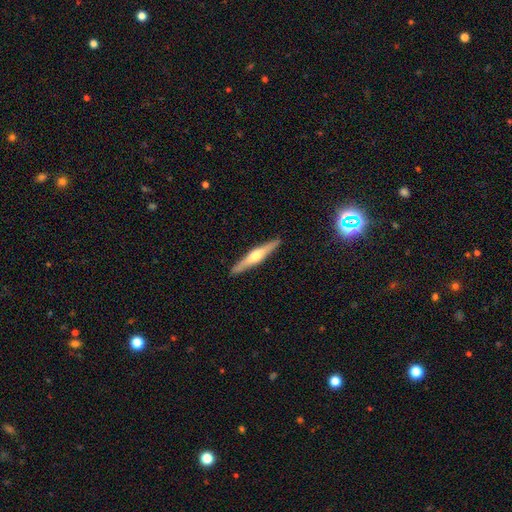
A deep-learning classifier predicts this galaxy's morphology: Q: Smooth or featured?
A: featured or disk (66%); runner-up: smooth (29%)
Q: Edge-on disk?
A: yes (97%); runner-up: no (3%)
Q: Edge-on bulge?
A: rounded (91%); runner-up: none (5%)
Q: Merging?
A: none (92%); runner-up: minor disturbance (6%)